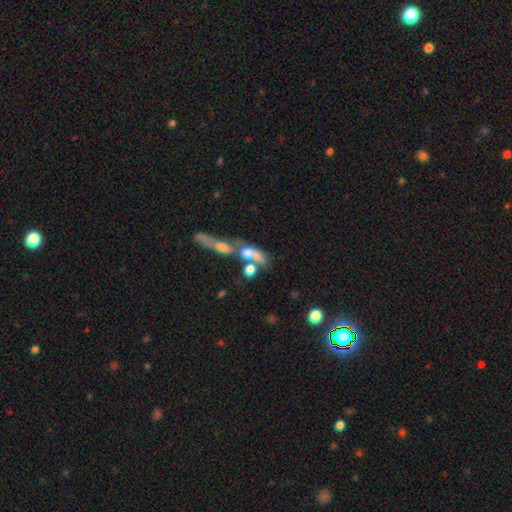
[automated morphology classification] Smooth or featured?
  - smooth: 50% *
  - featured or disk: 34%
  - star or artifact: 16%
How rounded?
  - in between: 48% *
  - cigar-shaped: 32%
  - round: 20%
Merging?
  - merger: 60% *
  - none: 18%
  - major disturbance: 13%
  - minor disturbance: 8%